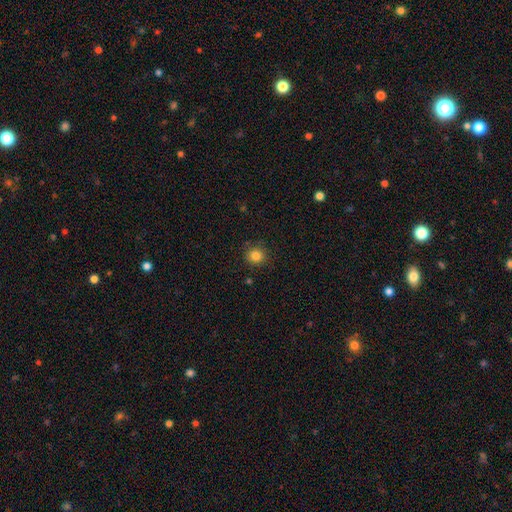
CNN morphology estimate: This is clearly a smooth galaxy (84%). How rounded: clearly round (90%). Merging: clearly none (88%).